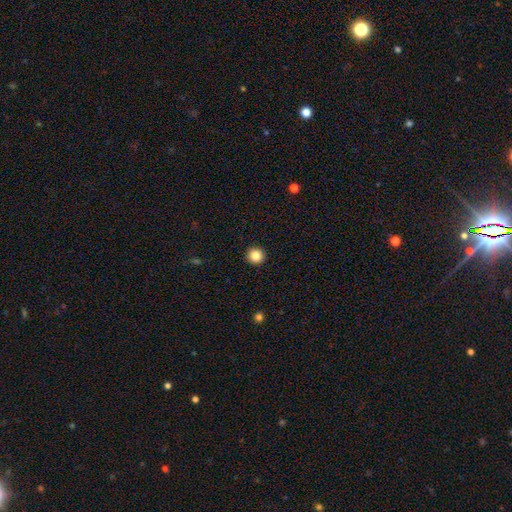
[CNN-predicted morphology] Overall: smooth (84%). How rounded: round (94%). Merging: none (93%).